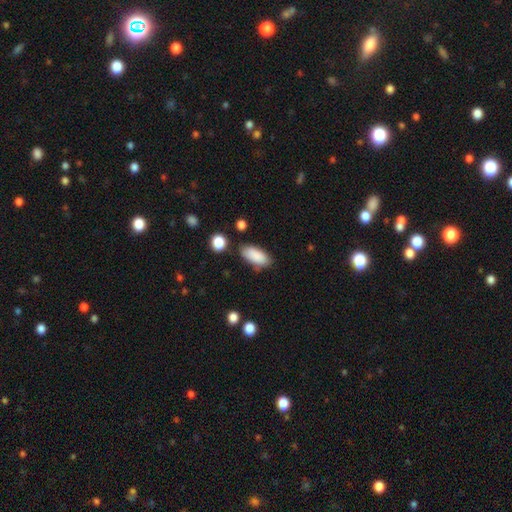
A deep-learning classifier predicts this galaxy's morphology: smooth 88%, star or artifact 7%, featured or disk 6%. Down the decision tree: how rounded — in between (87%); merging — none (77%).